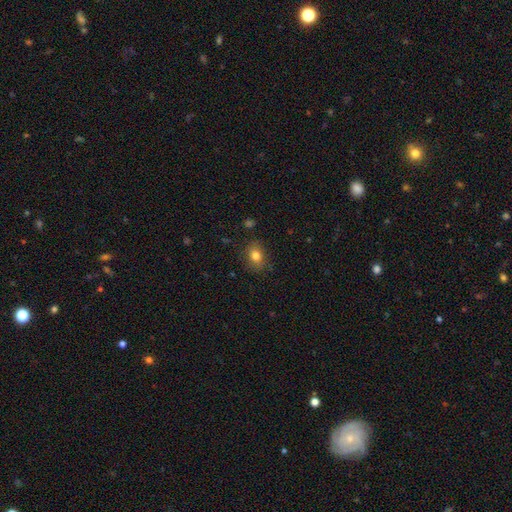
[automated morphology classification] The model was most divided on "how rounded": in between: 52%, round: 47%, cigar-shaped: 1%. More confident: merging — none (82%); smooth or featured — smooth (80%).